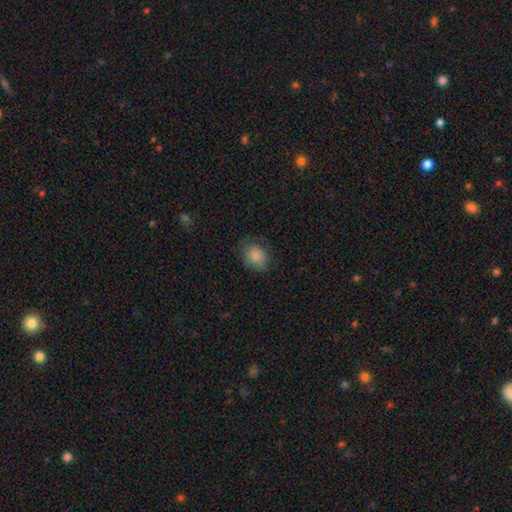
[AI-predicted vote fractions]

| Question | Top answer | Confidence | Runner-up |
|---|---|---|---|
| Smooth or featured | smooth | 86% | star or artifact (9%) |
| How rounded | round | 50% | in between (49%) |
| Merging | none | 73% | minor disturbance (20%) |